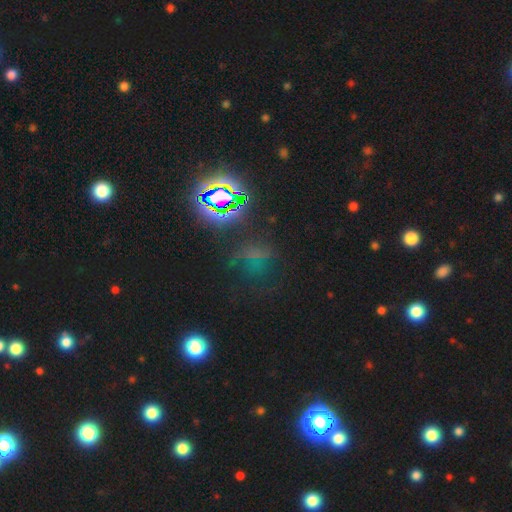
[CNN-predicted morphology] star or artifact 58%, smooth 25%, featured or disk 18%.